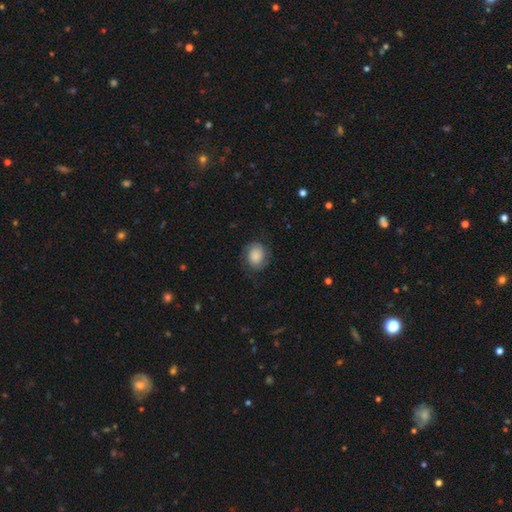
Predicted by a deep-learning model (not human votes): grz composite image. It shows a smooth galaxy with no disk features (54%) that is round (57%). Merging: none (73%).